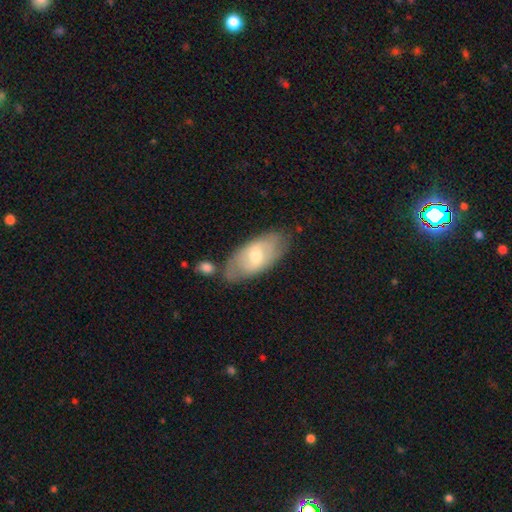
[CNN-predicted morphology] smooth 48%, featured or disk 46%, star or artifact 6%. Down the decision tree: merging — none (66%).